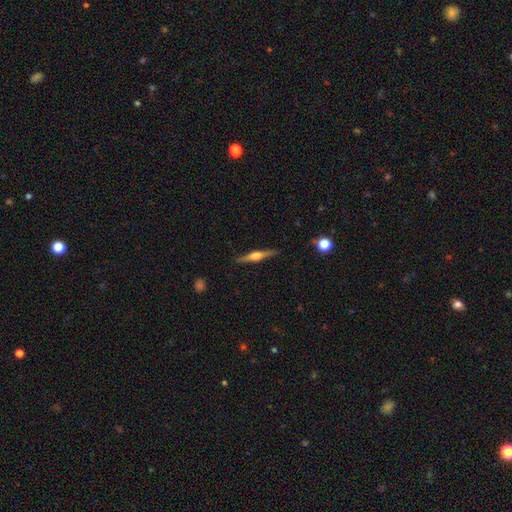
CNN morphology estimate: Smooth or featured? featured or disk (76%)
Edge-on disk? yes (98%)
Edge-on bulge? rounded (88%)
Merging? none (90%)